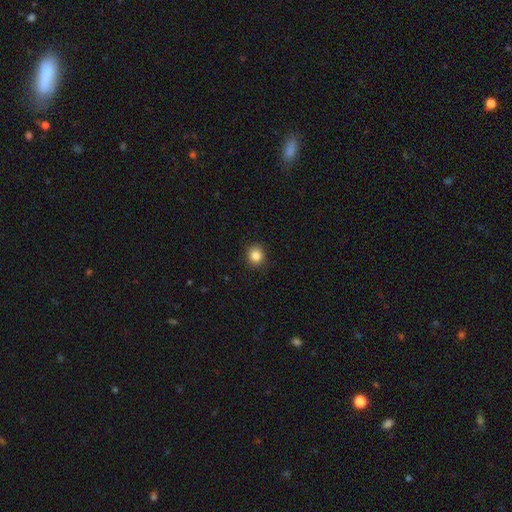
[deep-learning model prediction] This is clearly a smooth galaxy (84%). How rounded: clearly round (85%). Merging: clearly none (91%).